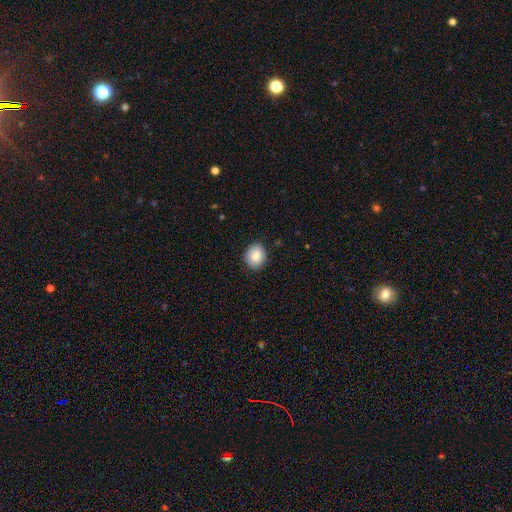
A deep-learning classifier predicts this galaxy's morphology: A smooth galaxy with no disk features (84%) that is round (71%).

Vote fractions:
- Smooth or featured? smooth: 84% / featured or disk: 8% / star or artifact: 8%
- How rounded? round: 71% / in between: 28% / cigar-shaped: 1%
- Merging? none: 87% / minor disturbance: 10% / major disturbance: 2% / merger: 1%